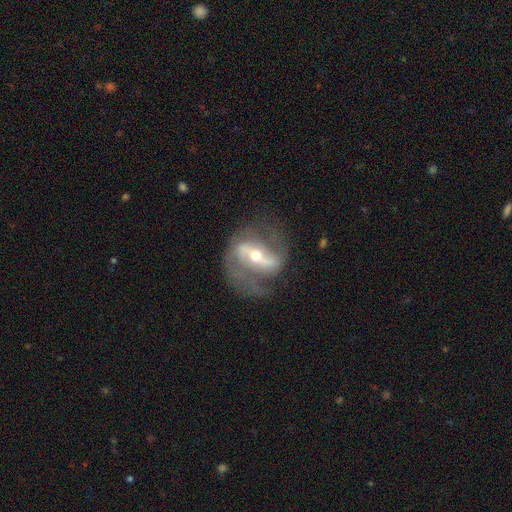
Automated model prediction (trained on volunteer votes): This appears to be a featured or disk galaxy (84%) with a strong bar (58%), 2 (84%) medium (44%) spiral arms (88%) and a moderate central bulge (57%). Merging: none (60%).